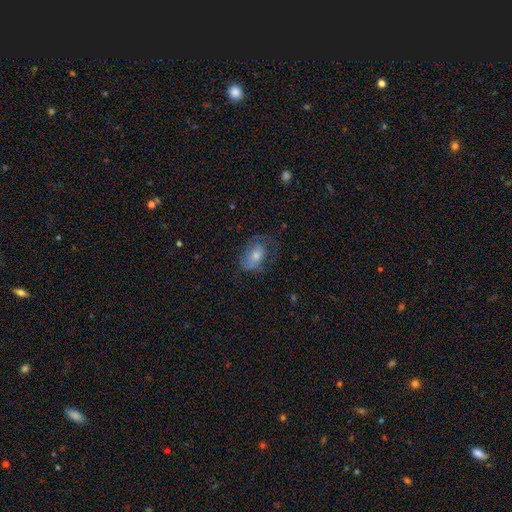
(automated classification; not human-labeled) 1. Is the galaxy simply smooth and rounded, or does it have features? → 49% smooth, 39% featured or disk, 11% star or artifact.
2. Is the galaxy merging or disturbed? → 53% none, 25% minor disturbance, 21% major disturbance, 2% merger.